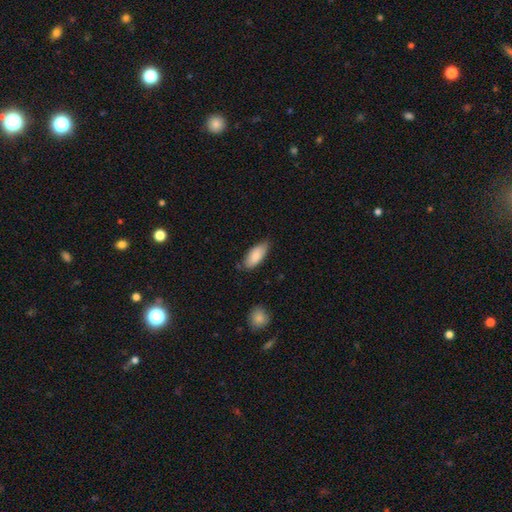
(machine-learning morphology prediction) This appears to be a smooth galaxy with no disk features (86%) that is in between round and cigar-shaped (86%). Merging: none (73%).